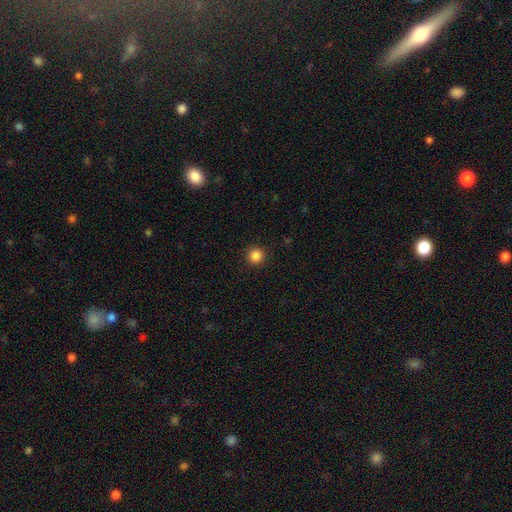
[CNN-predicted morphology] smooth 85%, star or artifact 11%, featured or disk 3%. Down the decision tree: how rounded — round (95%); merging — none (93%).